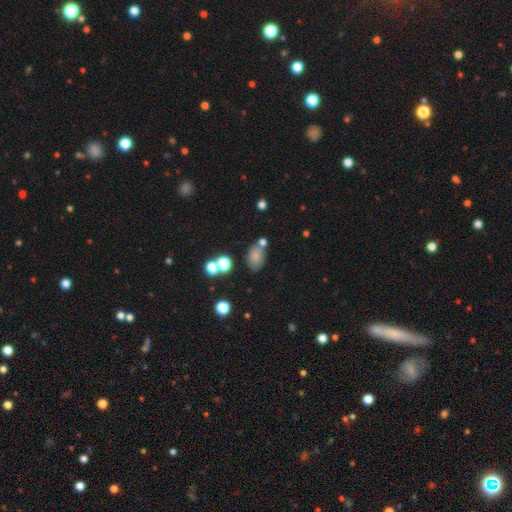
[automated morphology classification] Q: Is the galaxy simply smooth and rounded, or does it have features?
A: smooth — 75%.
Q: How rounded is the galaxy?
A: in between — 83%.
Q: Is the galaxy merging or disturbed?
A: none — 58%.